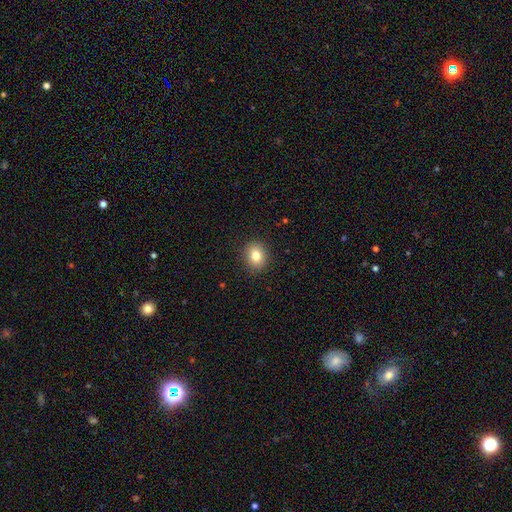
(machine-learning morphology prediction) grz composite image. It shows a smooth galaxy with no disk features (81%) that is round (62%). Merging: none (90%).